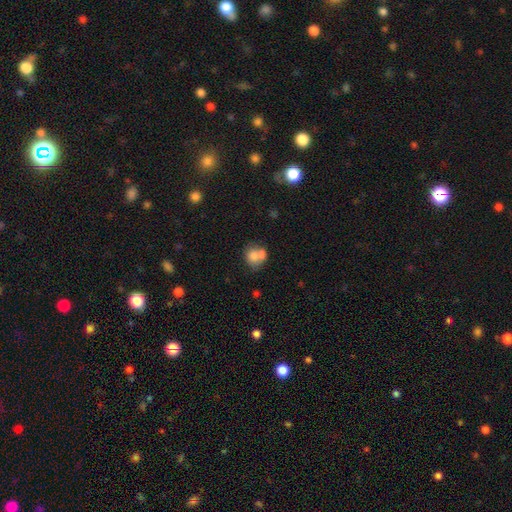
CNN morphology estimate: Overall: smooth (74%). How rounded: round (69%; in between 30%). Merging: merger (47%; none 34%).